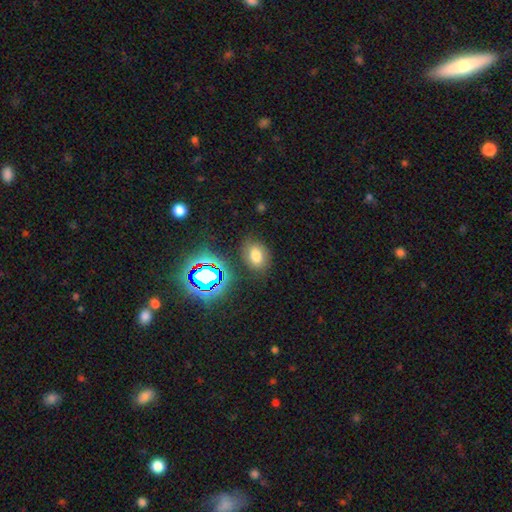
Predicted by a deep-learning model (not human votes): The model was most divided on "how rounded": in between: 70%, round: 28%, cigar-shaped: 1%. More confident: merging — none (79%); smooth or featured — smooth (66%).